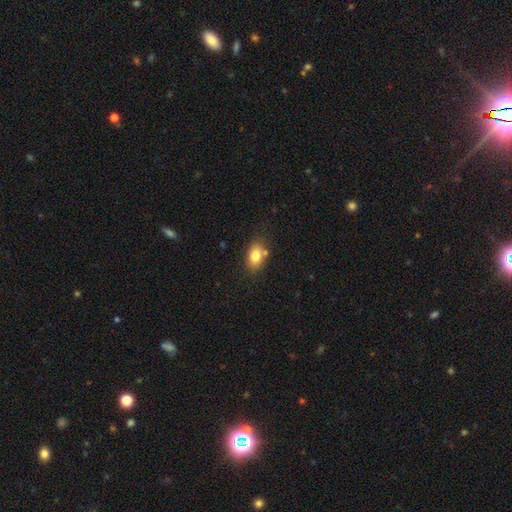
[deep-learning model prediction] A smooth galaxy with no disk features (79%) that is in between round and cigar-shaped (83%).

Vote fractions:
- Smooth or featured? smooth: 79% / featured or disk: 12% / star or artifact: 9%
- How rounded? in between: 83% / round: 14% / cigar-shaped: 2%
- Merging? none: 72% / minor disturbance: 14% / merger: 10% / major disturbance: 3%